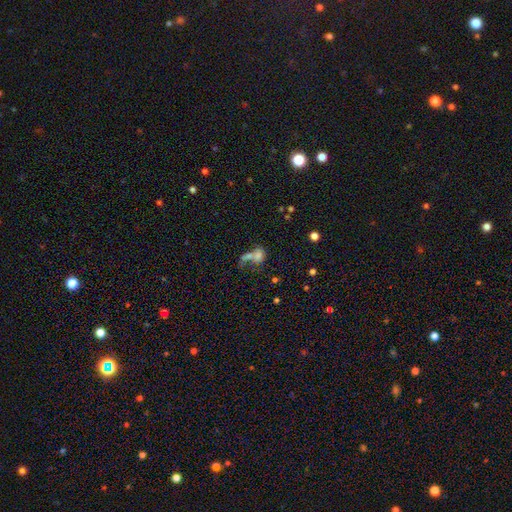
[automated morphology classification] smooth 68%, featured or disk 18%, star or artifact 14%. Down the decision tree: how rounded — in between (61%); merging — merger (57%).